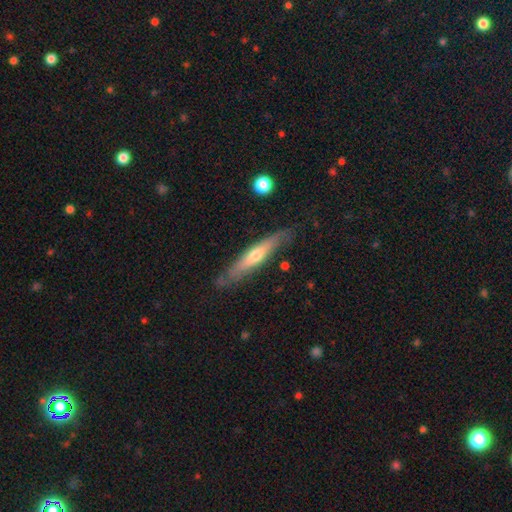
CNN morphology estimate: type=featured or disk (56%); edge-on=yes (84%); merging=none (79%).